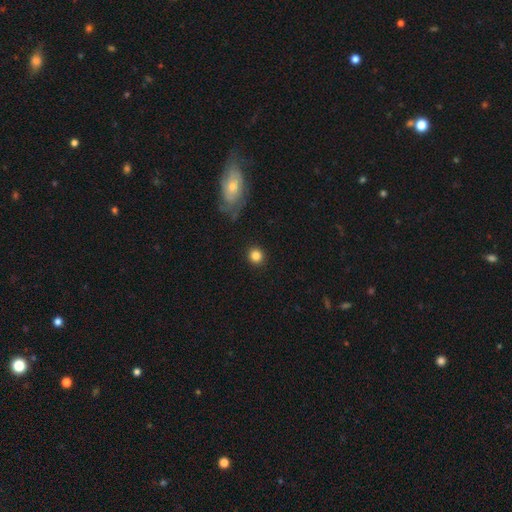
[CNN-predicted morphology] A smooth galaxy with no disk features (85%) that is round (91%).

Vote fractions:
- Smooth or featured? smooth: 85% / star or artifact: 10% / featured or disk: 5%
- How rounded? round: 91% / in between: 8% / cigar-shaped: 1%
- Merging? none: 90% / minor disturbance: 6% / major disturbance: 2% / merger: 2%